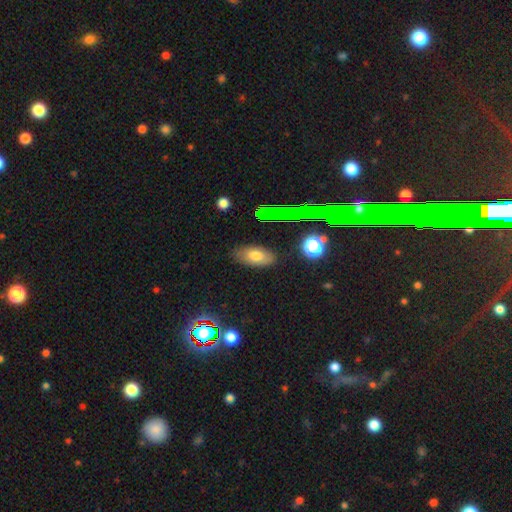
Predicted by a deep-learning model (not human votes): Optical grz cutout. It shows a smooth galaxy with no disk features (74%) that is in between round and cigar-shaped (91%). Merging: none (81%).